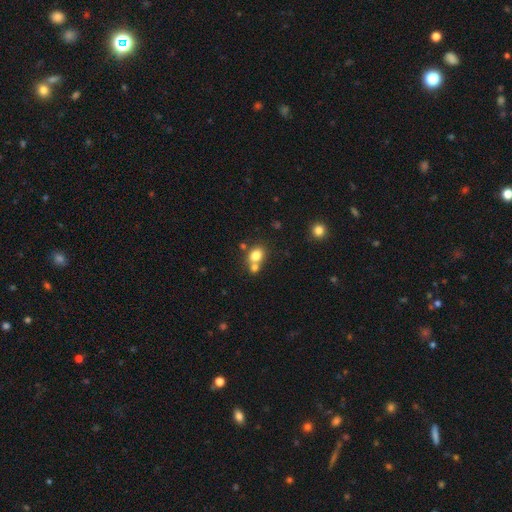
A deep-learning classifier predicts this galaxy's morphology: A smooth galaxy with no disk features (78%) that is round (59%).

Vote fractions:
- Smooth or featured? smooth: 78% / star or artifact: 12% / featured or disk: 10%
- How rounded? round: 59% / in between: 40% / cigar-shaped: 1%
- Merging? none: 46% / merger: 42% / minor disturbance: 8% / major disturbance: 3%